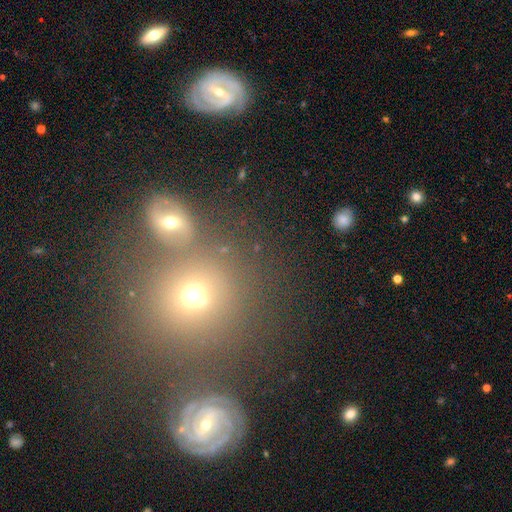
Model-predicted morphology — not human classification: Smooth or featured? Predicted: smooth (p=0.47). Merging? Predicted: none (p=0.67).